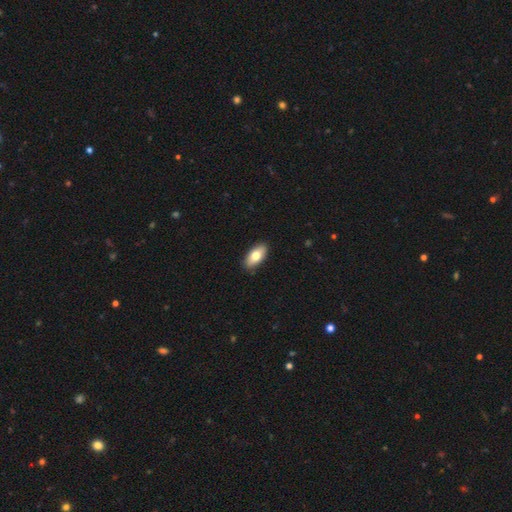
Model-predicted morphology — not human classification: Smooth or featured? smooth (79%)
How rounded? in between (90%)
Merging? none (89%)